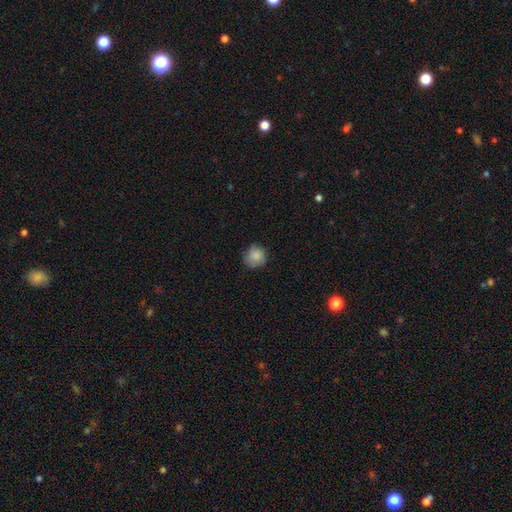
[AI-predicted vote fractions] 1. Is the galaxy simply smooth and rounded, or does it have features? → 85% smooth, 8% star or artifact, 7% featured or disk.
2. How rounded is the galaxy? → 84% round, 15% in between, 1% cigar-shaped.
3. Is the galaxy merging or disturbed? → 71% none, 23% minor disturbance, 5% major disturbance, 1% merger.